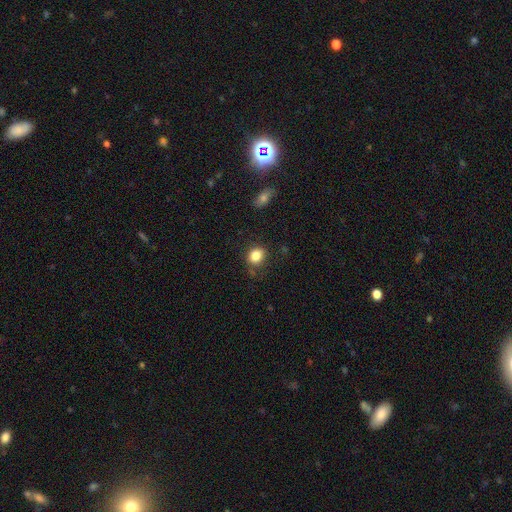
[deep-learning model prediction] This is clearly a smooth galaxy (84%). How rounded: possibly round (59%). Merging: likely none (74%).